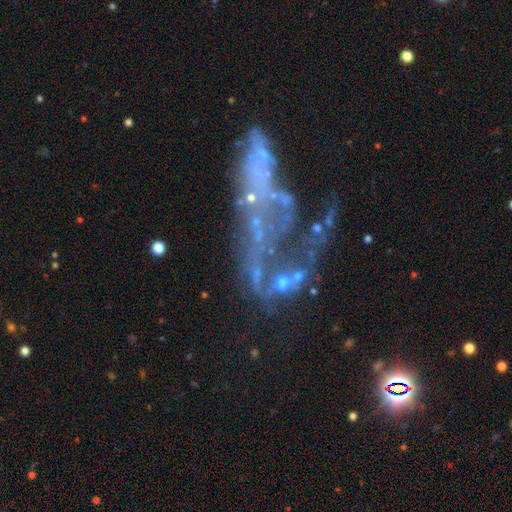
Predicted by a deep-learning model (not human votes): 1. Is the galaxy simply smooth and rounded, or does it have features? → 63% featured or disk, 23% star or artifact, 14% smooth.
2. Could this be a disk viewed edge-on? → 94% no, 6% yes.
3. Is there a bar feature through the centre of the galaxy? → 88% no, 7% weak, 4% strong.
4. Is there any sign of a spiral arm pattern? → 82% no, 18% yes.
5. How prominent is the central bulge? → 81% none, 12% small, 5% moderate, 2% large, 1% dominant.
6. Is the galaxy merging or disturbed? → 44% major disturbance, 24% merger, 20% none, 11% minor disturbance.